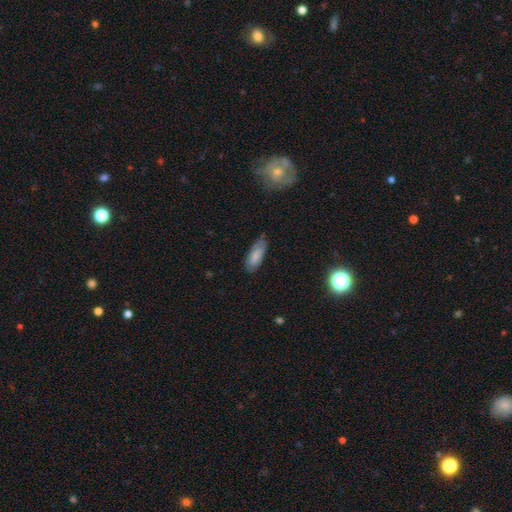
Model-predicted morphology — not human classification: Smooth or featured?
  - smooth: 71% *
  - featured or disk: 22%
  - star or artifact: 7%
How rounded?
  - in between: 78% *
  - cigar-shaped: 21%
  - round: 2%
Merging?
  - none: 73% *
  - minor disturbance: 22%
  - major disturbance: 4%
  - merger: 2%